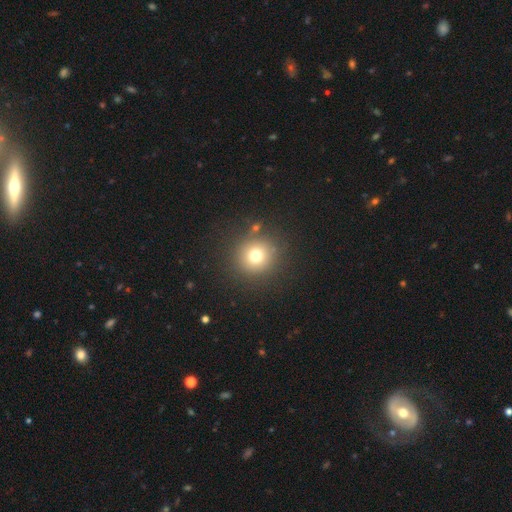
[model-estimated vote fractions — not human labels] Smooth or featured? smooth (73%)
How rounded? round (93%)
Merging? none (85%)